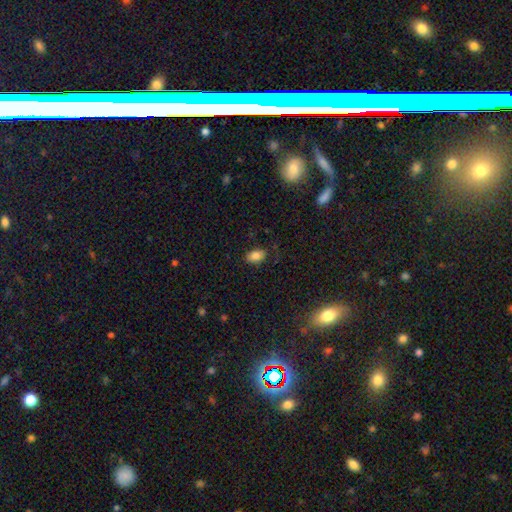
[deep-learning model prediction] smooth 84%, star or artifact 9%, featured or disk 7%. Down the decision tree: how rounded — in between (90%); merging — none (82%).